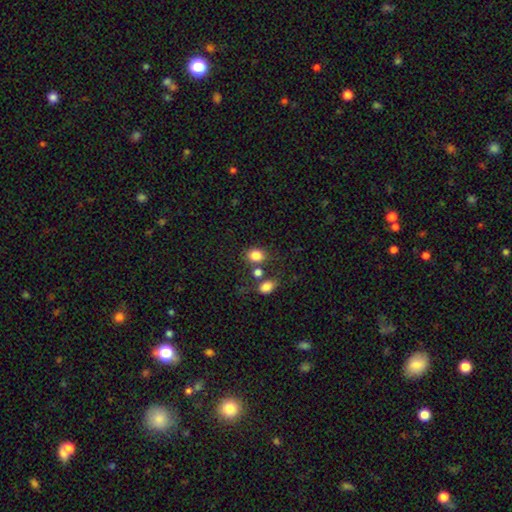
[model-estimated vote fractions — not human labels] A smooth galaxy with no disk features (83%) that is round (57%). Merging: none (64%).